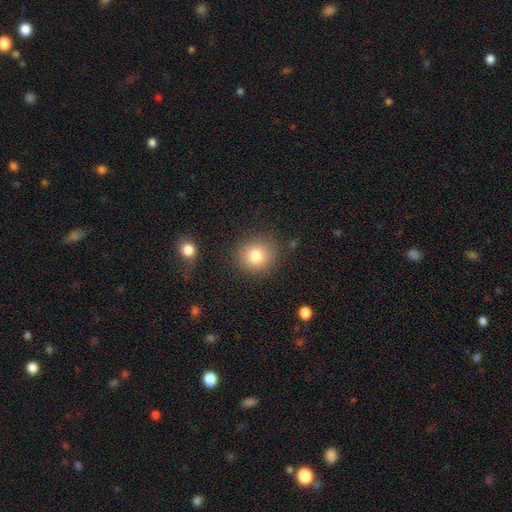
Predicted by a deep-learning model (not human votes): smooth-or-featured: smooth: 80% | star or artifact: 12% | featured or disk: 9%
  how-rounded: round: 88% | in between: 11% | cigar-shaped: 1%
  merging: none: 83% | minor disturbance: 10% | major disturbance: 4% | merger: 3%